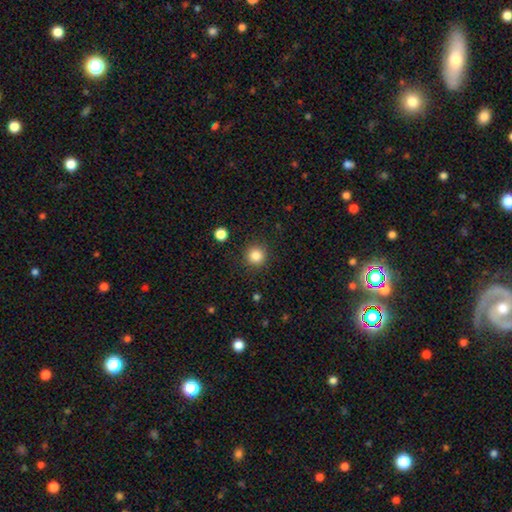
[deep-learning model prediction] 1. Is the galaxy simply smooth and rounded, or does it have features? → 84% smooth, 11% star or artifact, 5% featured or disk.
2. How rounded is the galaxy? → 95% round, 4% in between, 1% cigar-shaped.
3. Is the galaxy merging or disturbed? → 91% none, 6% minor disturbance, 2% major disturbance, 1% merger.